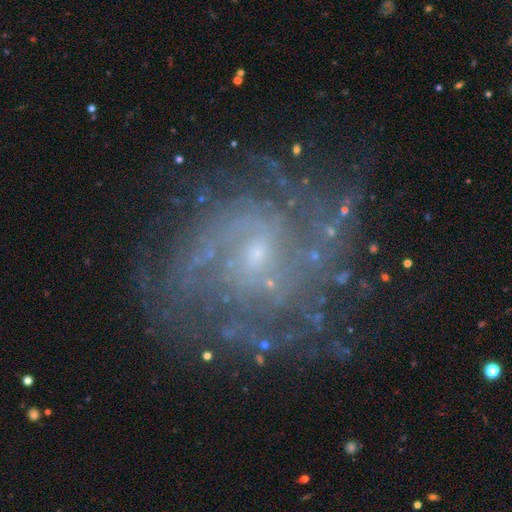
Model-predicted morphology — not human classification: Q: Smooth or featured?
A: featured or disk (81%); runner-up: star or artifact (11%)
Q: Edge-on disk?
A: no (98%); runner-up: yes (2%)
Q: Bar?
A: no (61%); runner-up: weak (33%)
Q: Spiral arms?
A: yes (89%); runner-up: no (11%)
Q: Spiral winding?
A: tight (52%); runner-up: medium (35%)
Q: Spiral arm count?
A: can't tell (42%); runner-up: 2 (19%)
Q: Bulge size?
A: small (72%); runner-up: moderate (21%)
Q: Merging?
A: none (71%); runner-up: minor disturbance (16%)